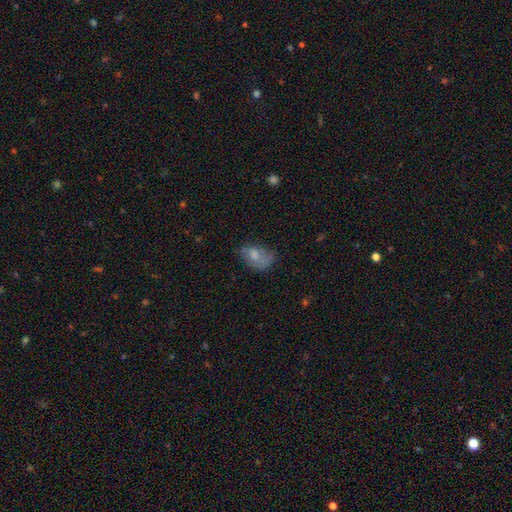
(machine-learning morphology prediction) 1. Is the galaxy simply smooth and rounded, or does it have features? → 63% smooth, 26% featured or disk, 10% star or artifact.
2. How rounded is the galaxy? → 85% in between, 14% round, 2% cigar-shaped.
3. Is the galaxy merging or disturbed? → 39% none, 33% minor disturbance, 24% major disturbance, 4% merger.